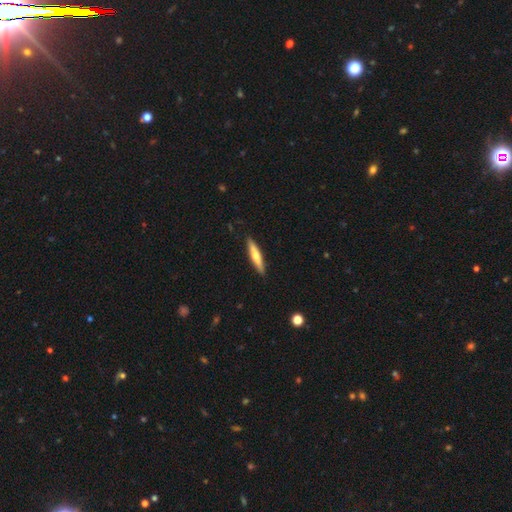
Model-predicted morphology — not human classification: smooth 50%, featured or disk 45%, star or artifact 5%. Down the decision tree: how rounded — cigar-shaped (88%); merging — none (90%).